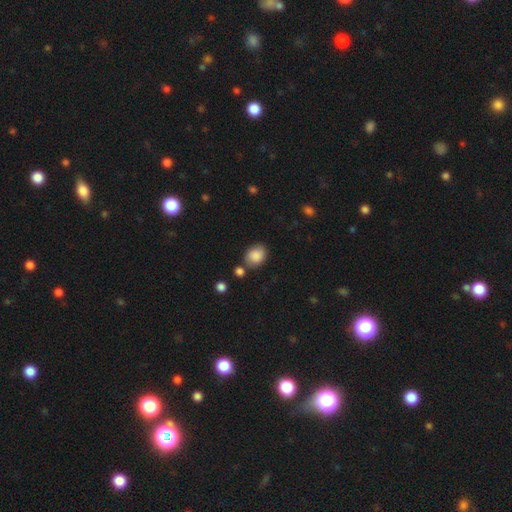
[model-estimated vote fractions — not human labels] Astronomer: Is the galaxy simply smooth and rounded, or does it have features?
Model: smooth — 85%.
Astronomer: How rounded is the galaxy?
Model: in between — 54% (runner-up: round, 45%).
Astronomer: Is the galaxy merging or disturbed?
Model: none — 69%.